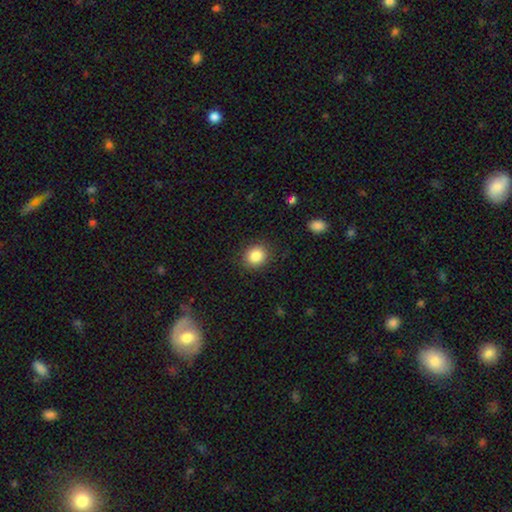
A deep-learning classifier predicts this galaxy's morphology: Smooth or featured?
  - smooth: 86% *
  - star or artifact: 9%
  - featured or disk: 5%
How rounded?
  - round: 76% *
  - in between: 23%
  - cigar-shaped: 1%
Merging?
  - none: 88% *
  - minor disturbance: 8%
  - major disturbance: 3%
  - merger: 1%